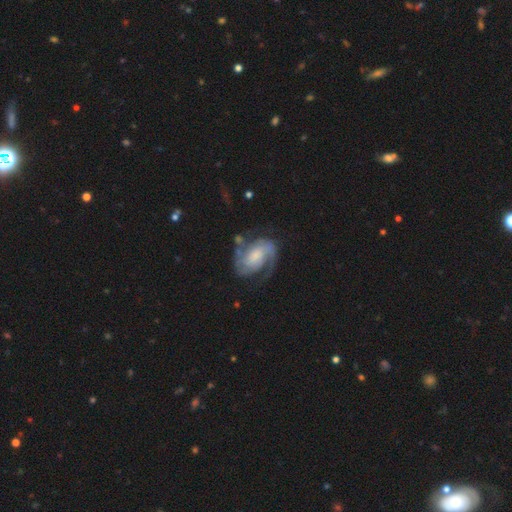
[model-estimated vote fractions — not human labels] A featured or disk galaxy (85%) with no bar (52%), 2 (79%) medium (46%) spiral arms (96%) and a small central bulge (40%). Merging: none (61%).